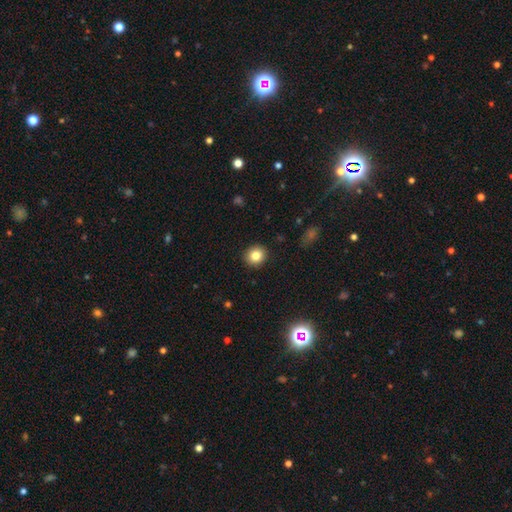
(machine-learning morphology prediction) A smooth galaxy with no disk features (82%) that is round (86%). Merging: none (92%).